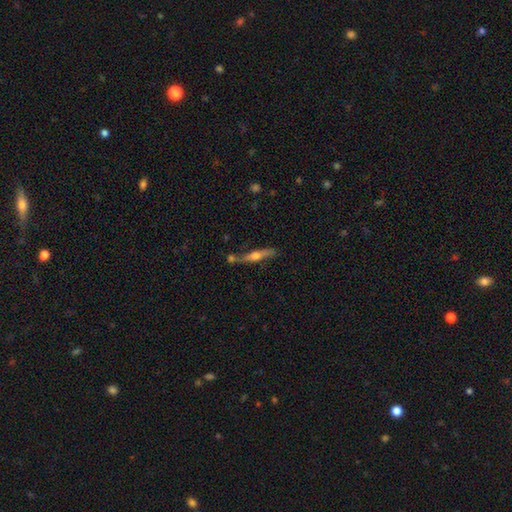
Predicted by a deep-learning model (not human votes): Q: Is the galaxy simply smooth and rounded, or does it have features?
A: featured or disk — 64%.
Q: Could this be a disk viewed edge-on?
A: yes — 91%.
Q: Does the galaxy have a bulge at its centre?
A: rounded — 87%.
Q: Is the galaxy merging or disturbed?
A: none — 64%.